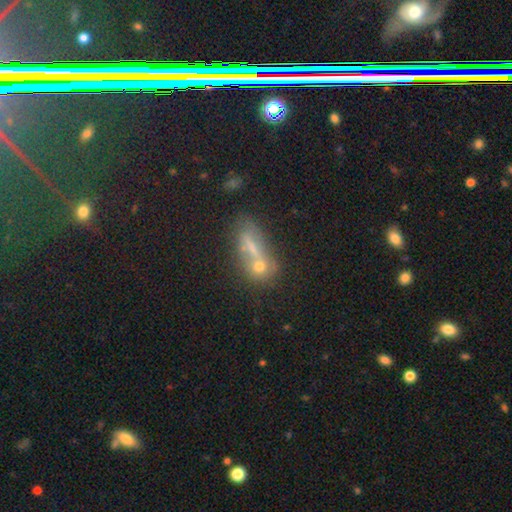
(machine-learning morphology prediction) smooth 45%, star or artifact 31%, featured or disk 24%. Down the decision tree: merging — merger (50%).